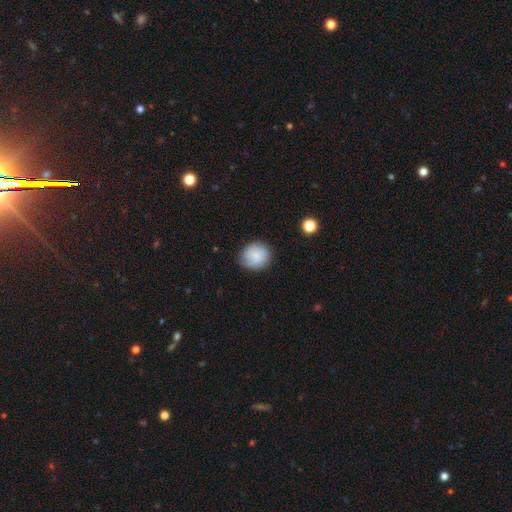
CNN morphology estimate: This appears to be a smooth galaxy with no disk features (75%) that is round (75%). Merging: none (76%).